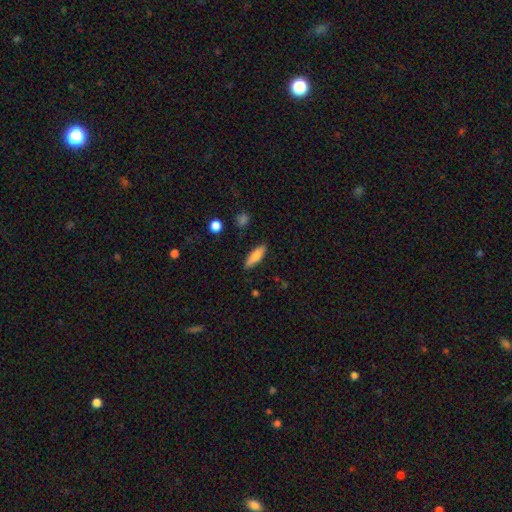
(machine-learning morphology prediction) Smooth or featured? smooth (74%)
How rounded? cigar-shaped (52%)
Merging? none (86%)